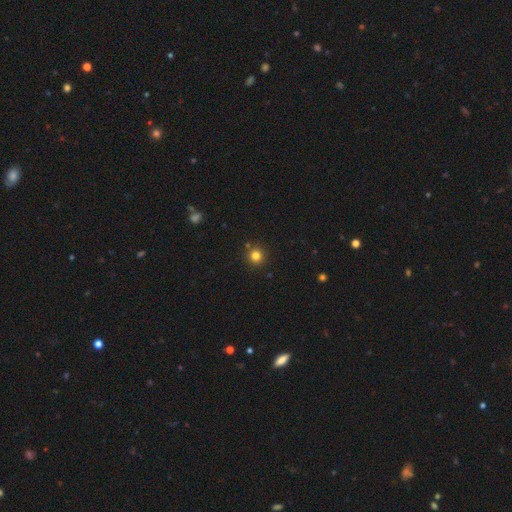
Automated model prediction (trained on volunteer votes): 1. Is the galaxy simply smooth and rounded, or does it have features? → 81% smooth, 14% star or artifact, 5% featured or disk.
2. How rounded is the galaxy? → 94% round, 5% in between, 1% cigar-shaped.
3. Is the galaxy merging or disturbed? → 88% none, 6% minor disturbance, 4% merger, 2% major disturbance.